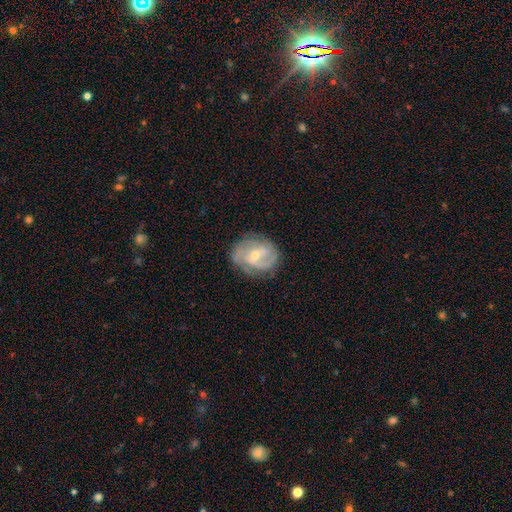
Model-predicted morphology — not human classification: Smooth or featured? Predicted: featured or disk (p=0.82). Edge-on disk? Predicted: no (p=0.97). Bar? Predicted: weak (p=0.51). Spiral arms? Predicted: yes (p=0.94). Spiral winding? Predicted: tight (p=0.48). Spiral arm count? Predicted: 2 (p=0.35). Bulge size? Predicted: small (p=0.58). Merging? Predicted: none (p=0.75).